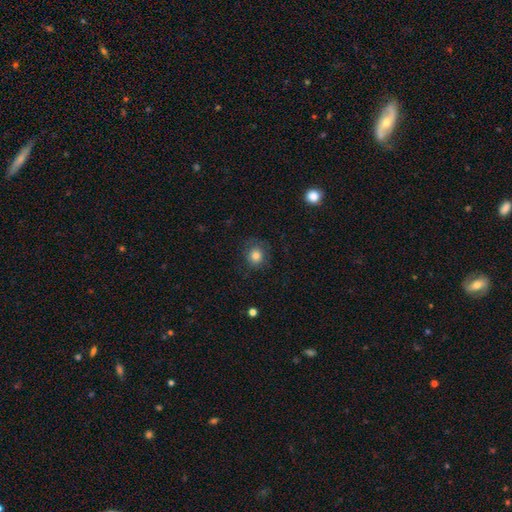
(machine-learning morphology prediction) Q: Smooth or featured?
A: smooth (81%); runner-up: star or artifact (11%)
Q: How rounded?
A: round (85%); runner-up: in between (14%)
Q: Merging?
A: none (81%); runner-up: minor disturbance (13%)